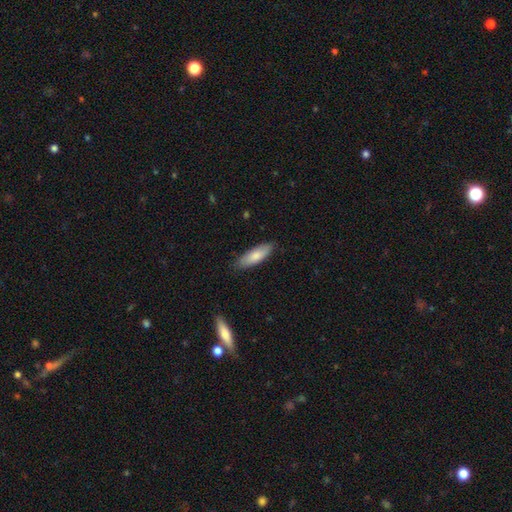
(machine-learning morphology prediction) This appears to be a smooth galaxy with no disk features (81%) that is in between round and cigar-shaped (59%). Merging: none (83%).